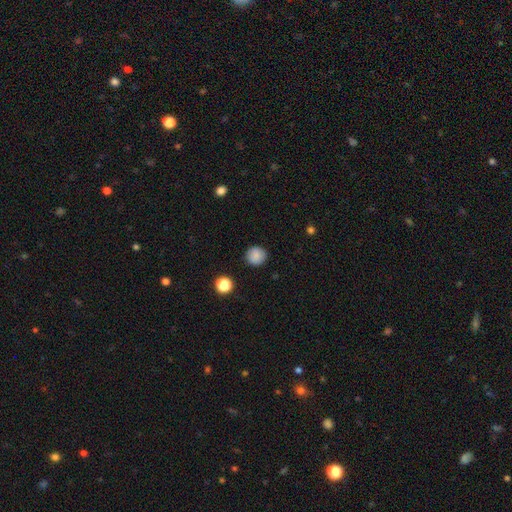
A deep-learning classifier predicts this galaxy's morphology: A smooth galaxy with no disk features (85%) that is round (93%).

Vote fractions:
- Smooth or featured? smooth: 85% / star or artifact: 10% / featured or disk: 5%
- How rounded? round: 93% / in between: 6% / cigar-shaped: 1%
- Merging? none: 89% / minor disturbance: 8% / major disturbance: 2% / merger: 1%